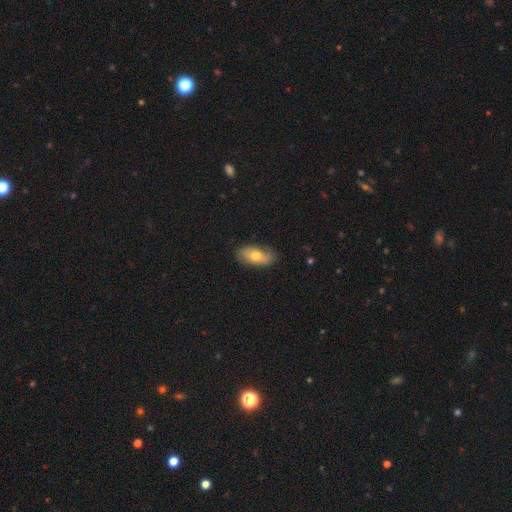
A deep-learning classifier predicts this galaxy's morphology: Smooth or featured? smooth (62%)
How rounded? in between (90%)
Merging? none (79%)